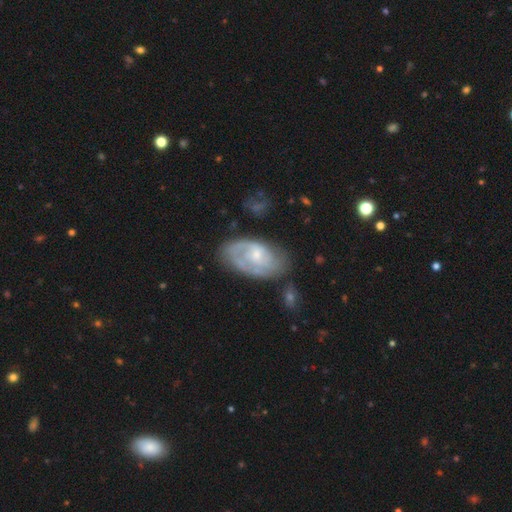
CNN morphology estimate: Smooth or featured?
  - featured or disk: 71% *
  - smooth: 24%
  - star or artifact: 6%
Edge-on disk?
  - no: 95% *
  - yes: 5%
Bar?
  - no: 62% *
  - weak: 34%
  - strong: 4%
Spiral arms?
  - yes: 85% *
  - no: 15%
Spiral winding?
  - tight: 49% *
  - medium: 37%
  - loose: 14%
Spiral arm count?
  - 2: 38% *
  - can't tell: 36%
  - 1: 10%
  - 3: 10%
  - 4: 3%
  - more than 4: 2%
Bulge size?
  - small: 55% *
  - moderate: 36%
  - none: 5%
  - large: 2%
  - dominant: 1%
Merging?
  - none: 63% *
  - minor disturbance: 23%
  - major disturbance: 9%
  - merger: 4%